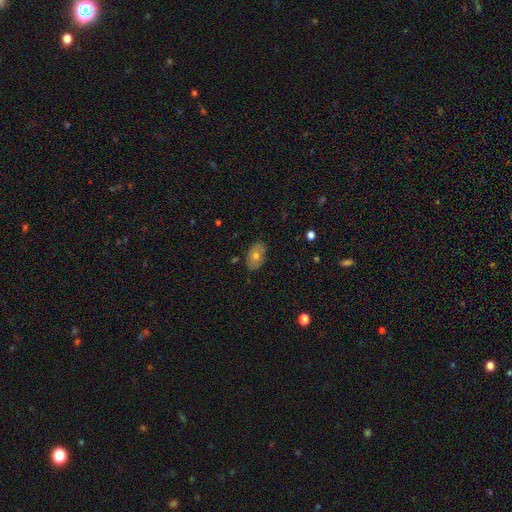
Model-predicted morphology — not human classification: smooth 61%, featured or disk 30%, star or artifact 9%. Down the decision tree: how rounded — in between (88%); merging — none (84%).